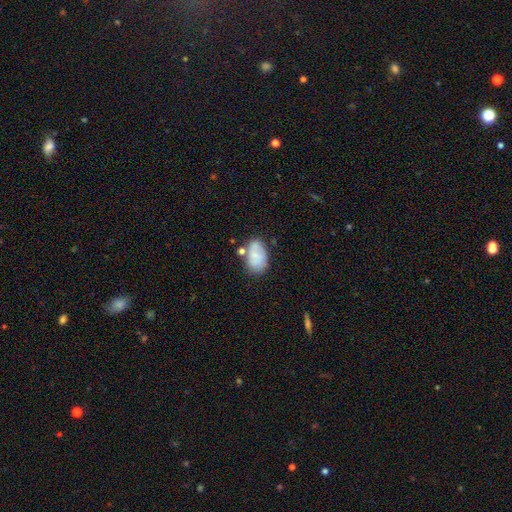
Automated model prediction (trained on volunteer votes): smooth-or-featured: smooth: 73% | featured or disk: 19% | star or artifact: 8%
  how-rounded: in between: 89% | round: 10% | cigar-shaped: 1%
  merging: none: 56% | minor disturbance: 23% | merger: 14% | major disturbance: 7%